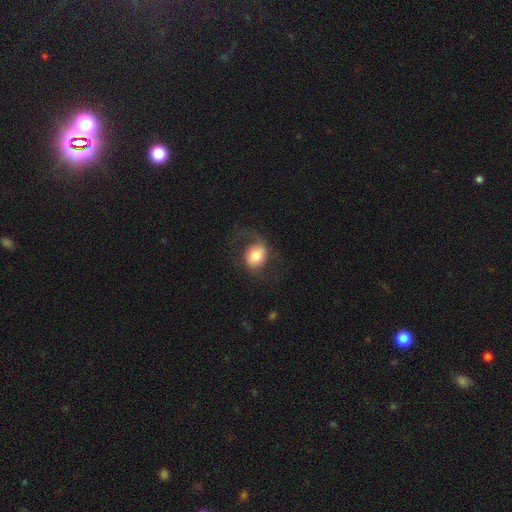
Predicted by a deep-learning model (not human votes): Morphology: type=smooth (55%); roundness=round (52%); merging=none (57%).